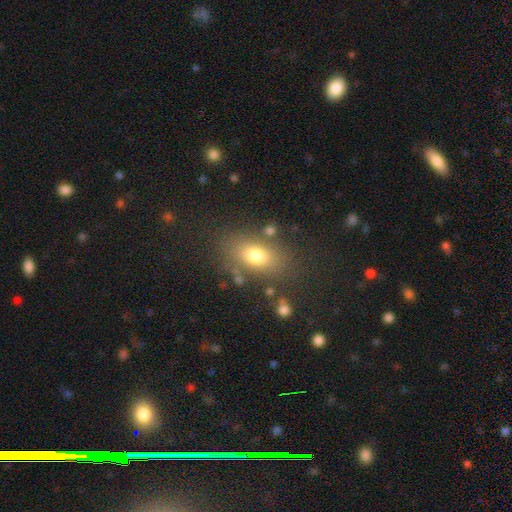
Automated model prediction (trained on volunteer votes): A smooth galaxy with no disk features (76%) that is in between round and cigar-shaped (81%). Merging: none (77%).